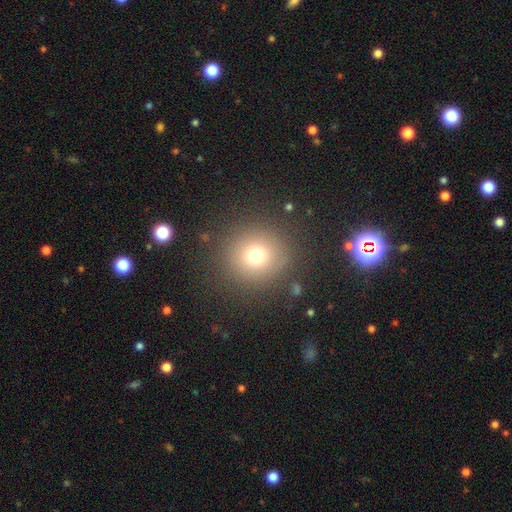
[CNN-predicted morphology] Smooth or featured? Predicted: smooth (p=0.72). How rounded? Predicted: round (p=0.92). Merging? Predicted: none (p=0.87).